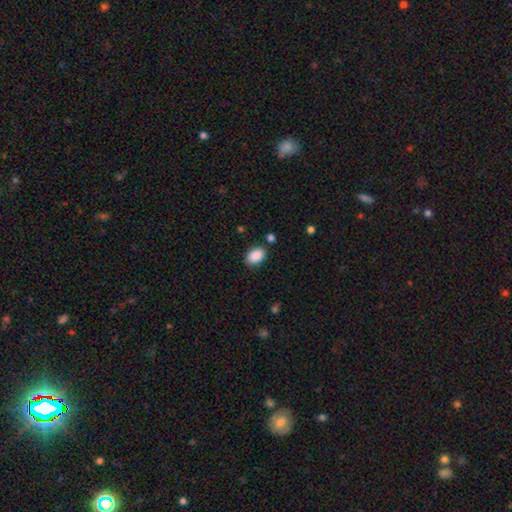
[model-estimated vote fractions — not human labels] A smooth galaxy with no disk features (89%) that is in between round and cigar-shaped (87%). Merging: none (81%).